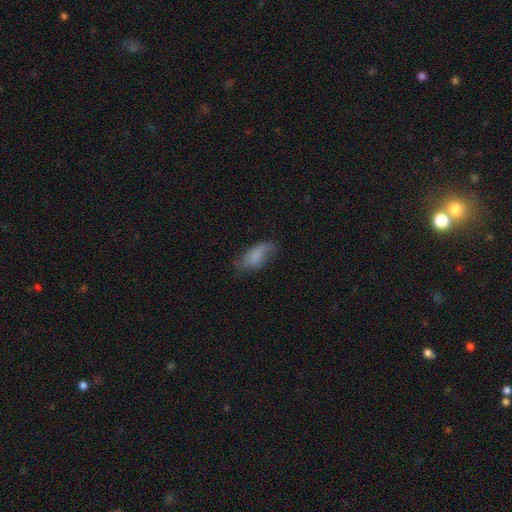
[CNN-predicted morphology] Smooth or featured? Predicted: smooth (p=0.71). How rounded? Predicted: in between (p=0.87). Merging? Predicted: none (p=0.54).